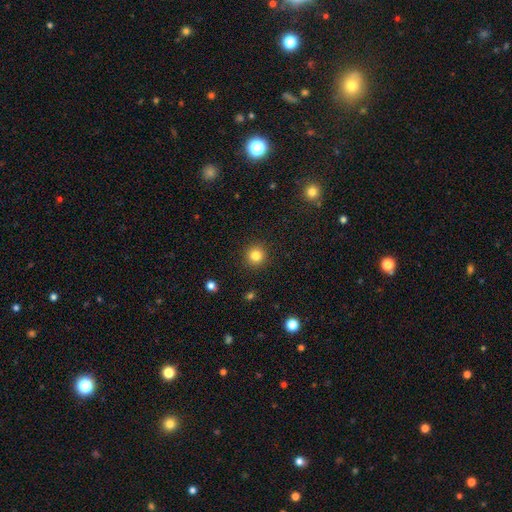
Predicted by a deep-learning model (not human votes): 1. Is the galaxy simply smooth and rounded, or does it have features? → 82% smooth, 12% star or artifact, 6% featured or disk.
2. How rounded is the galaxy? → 94% round, 5% in between, 1% cigar-shaped.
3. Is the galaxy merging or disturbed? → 92% none, 5% minor disturbance, 2% major disturbance, 1% merger.